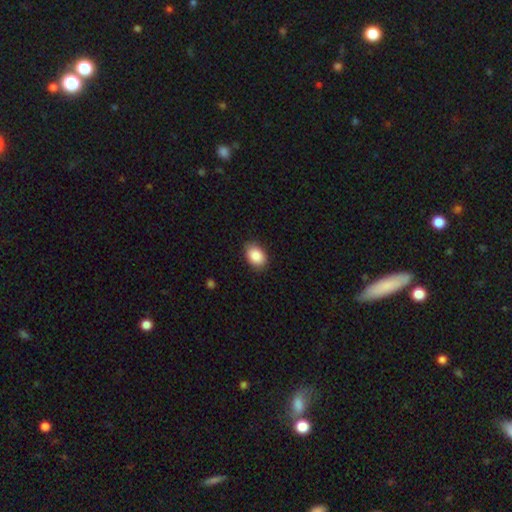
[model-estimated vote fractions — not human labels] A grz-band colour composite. It shows a smooth galaxy with no disk features (89%) that is in between round and cigar-shaped (79%). Merging: none (85%).